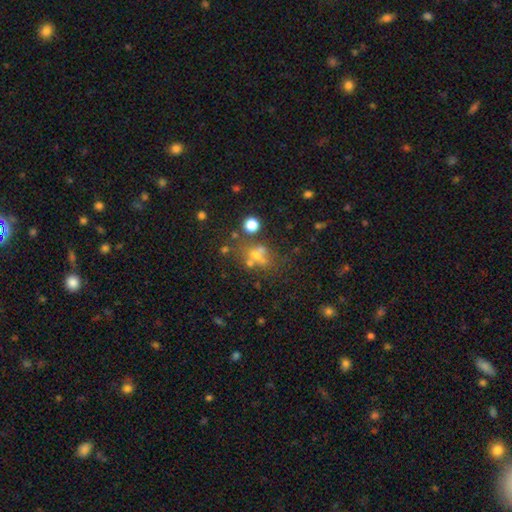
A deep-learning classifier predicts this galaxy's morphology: type=smooth (45%); merging=none (46%).